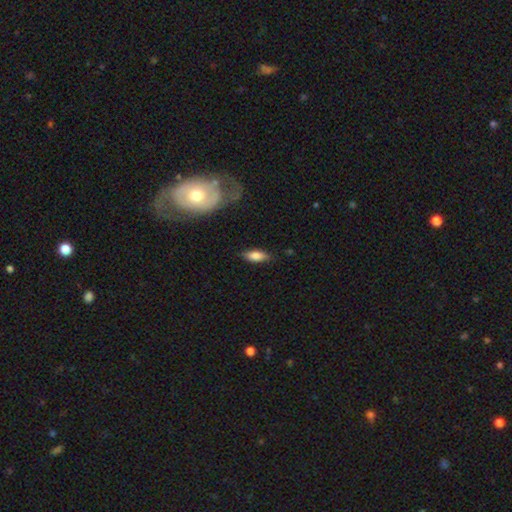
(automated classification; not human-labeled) The model was most divided on "how rounded": in between: 78%, cigar-shaped: 20%, round: 2%. More confident: merging — none (83%); smooth or featured — smooth (78%).